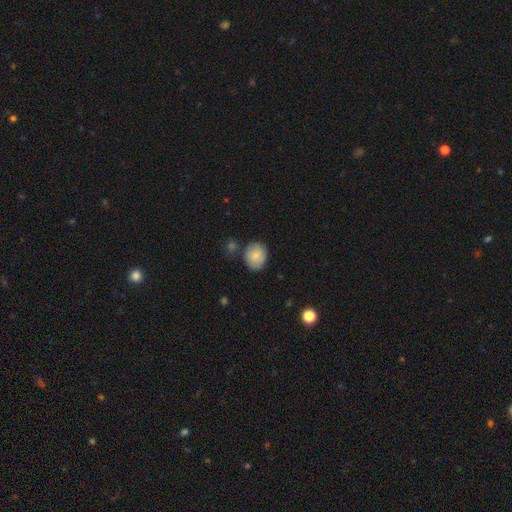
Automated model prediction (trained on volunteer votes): Overall: smooth (79%). How rounded: round (64%; in between 35%). Merging: none (73%).